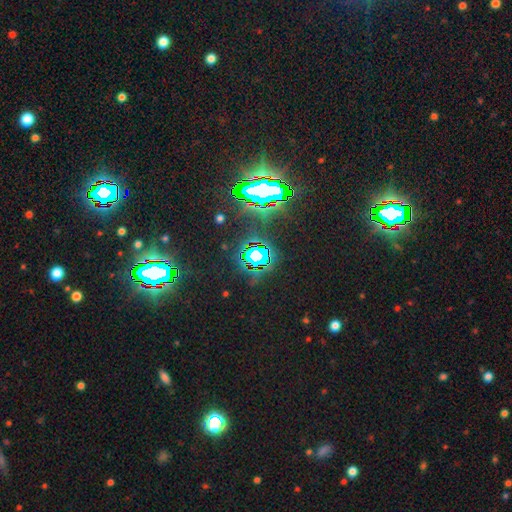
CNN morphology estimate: Overall: star or artifact (78%).